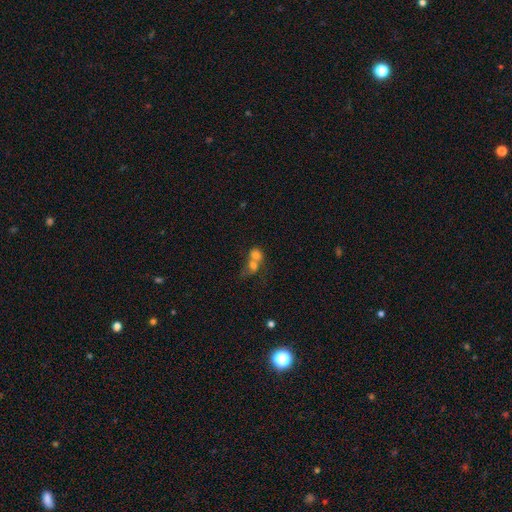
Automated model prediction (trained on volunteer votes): Smooth or featured? smooth (71%)
How rounded? round (66%)
Merging? merger (73%)